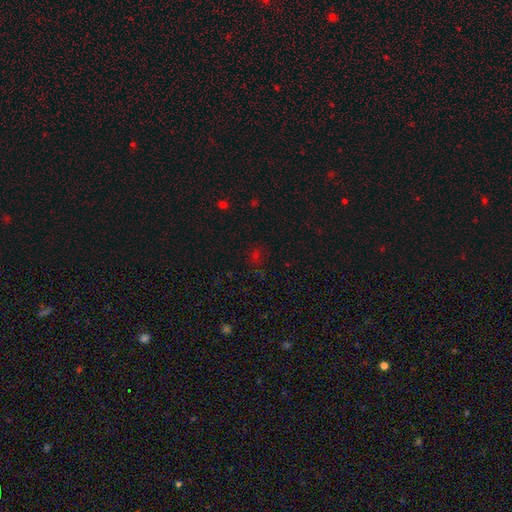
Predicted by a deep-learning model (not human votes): Smooth or featured? star or artifact (58%)